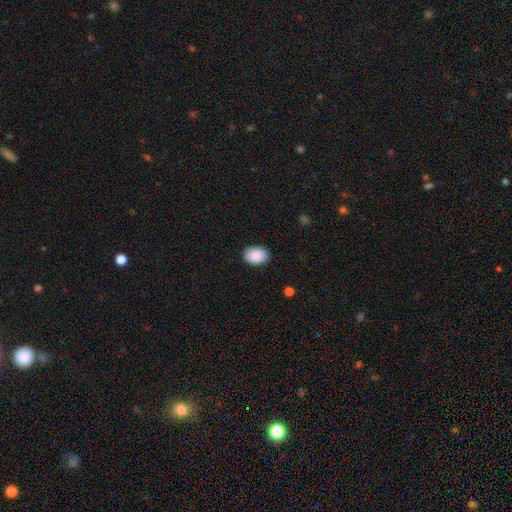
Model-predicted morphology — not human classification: A smooth galaxy with no disk features (90%) that is in between round and cigar-shaped (82%). Merging: none (87%).